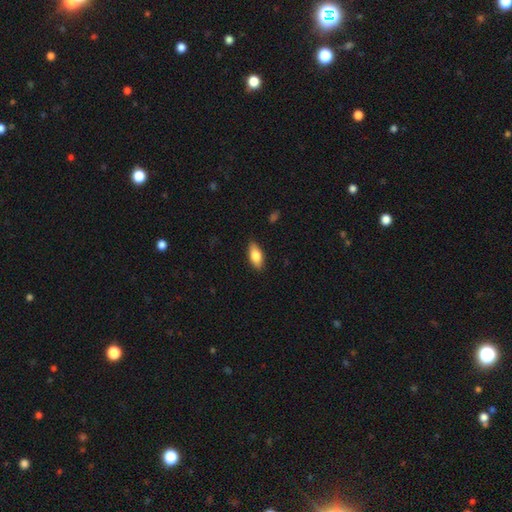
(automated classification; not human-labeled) The model was most divided on "smooth or featured": smooth: 80%, featured or disk: 14%, star or artifact: 6%. More confident: merging — none (87%); how rounded — in between (86%).